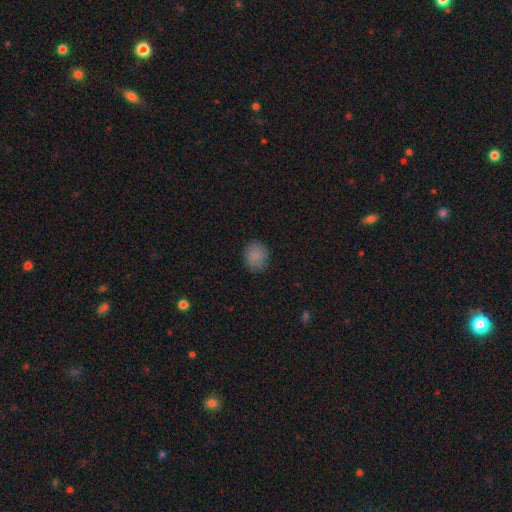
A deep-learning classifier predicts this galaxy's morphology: This is clearly a smooth galaxy (85%). How rounded: likely round (74%). Merging: clearly none (84%).